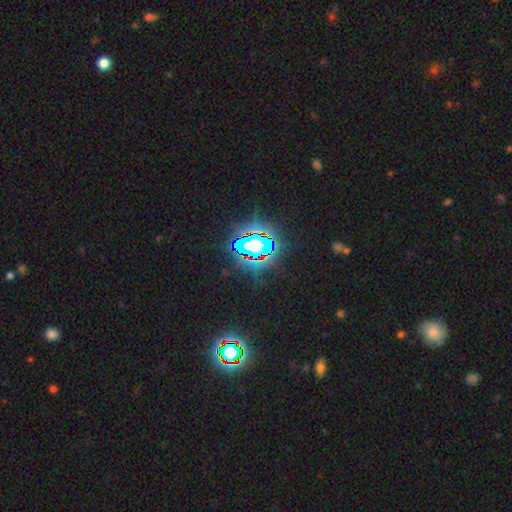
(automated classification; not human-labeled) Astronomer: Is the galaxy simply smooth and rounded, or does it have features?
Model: star or artifact — 81%.